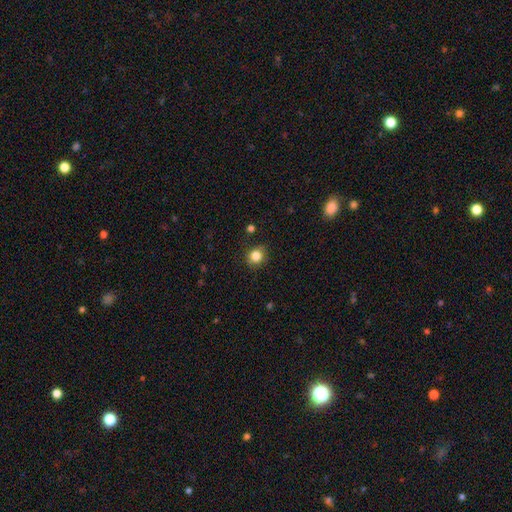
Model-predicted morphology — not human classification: smooth-or-featured: smooth: 82% | star or artifact: 11% | featured or disk: 6%
  how-rounded: round: 83% | in between: 16% | cigar-shaped: 1%
  merging: none: 82% | minor disturbance: 13% | major disturbance: 3% | merger: 2%